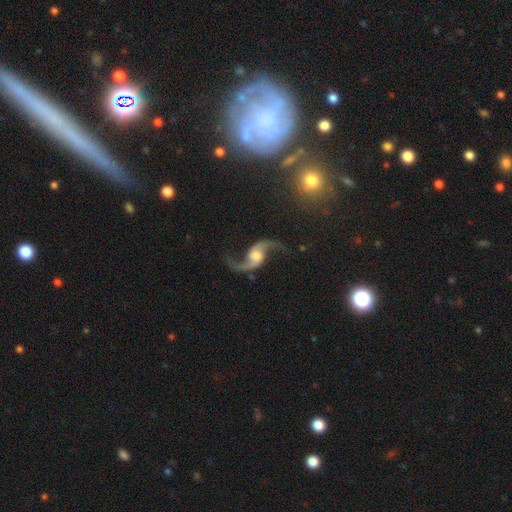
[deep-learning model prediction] Smooth or featured? Predicted: featured or disk (p=0.91). Edge-on disk? Predicted: no (p=0.97). Bar? Predicted: no (p=0.51). Spiral arms? Predicted: yes (p=0.98). Spiral winding? Predicted: loose (p=0.89). Spiral arm count? Predicted: 2 (p=0.94). Bulge size? Predicted: moderate (p=0.38). Merging? Predicted: none (p=0.78).